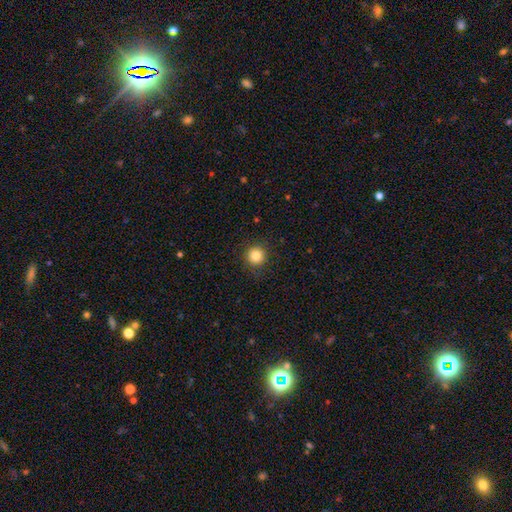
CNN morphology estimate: Smooth or featured?
  - smooth: 84% *
  - star or artifact: 11%
  - featured or disk: 5%
How rounded?
  - round: 94% *
  - in between: 5%
  - cigar-shaped: 1%
Merging?
  - none: 89% *
  - minor disturbance: 7%
  - major disturbance: 3%
  - merger: 1%